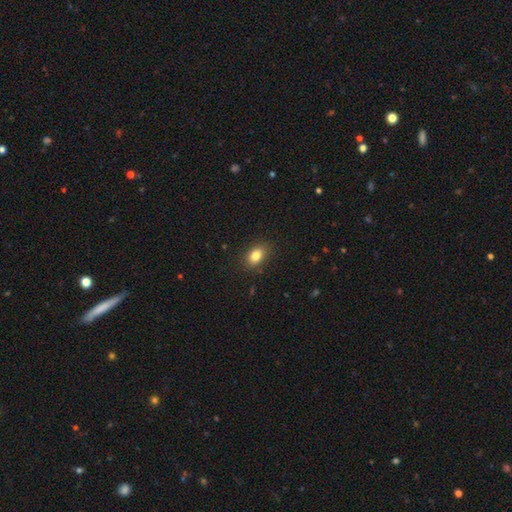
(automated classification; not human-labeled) This is clearly a smooth galaxy (83%). How rounded: likely in between (80%). Merging: clearly none (86%).